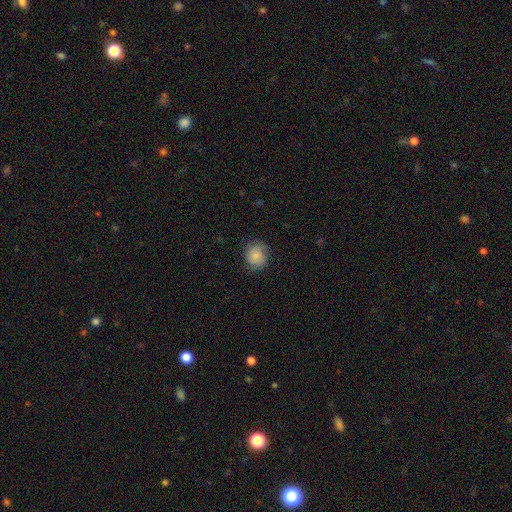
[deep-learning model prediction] Smooth or featured? smooth (76%)
How rounded? round (81%)
Merging? none (75%)